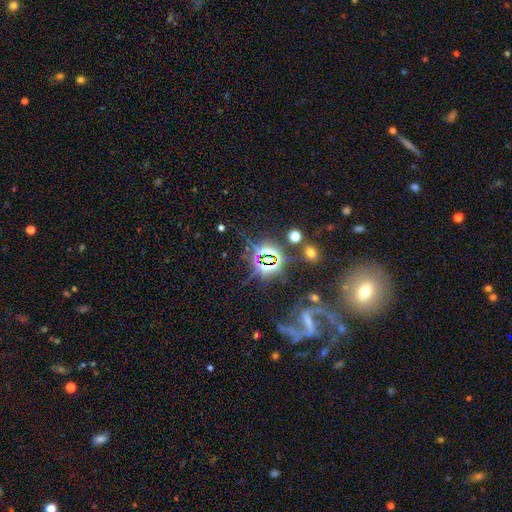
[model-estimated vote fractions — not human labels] smooth-or-featured: star or artifact: 60% | featured or disk: 26% | smooth: 14%